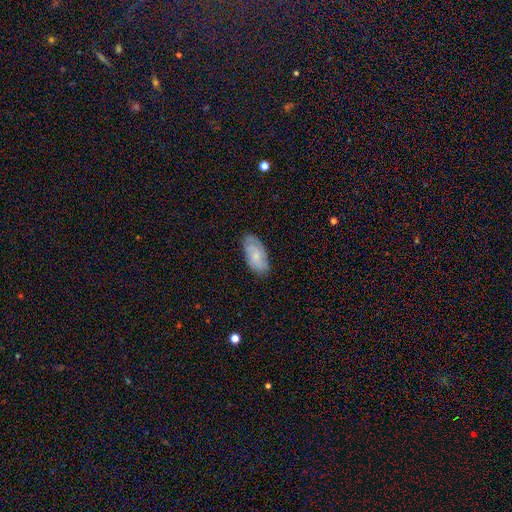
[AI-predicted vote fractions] Q: Smooth or featured?
A: smooth (48%); runner-up: featured or disk (45%)
Q: Merging?
A: none (78%); runner-up: minor disturbance (18%)